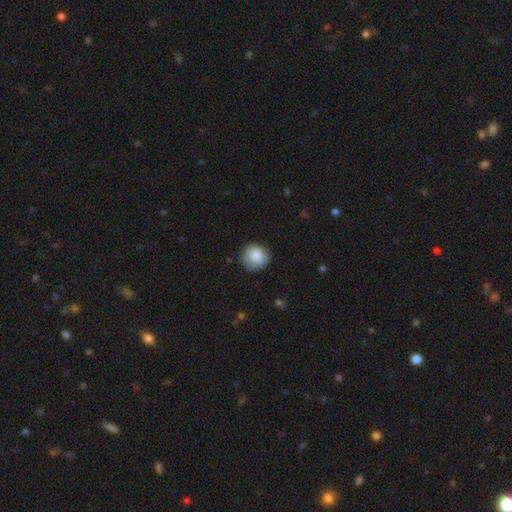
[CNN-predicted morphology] Smooth or featured? Predicted: smooth (p=0.84). How rounded? Predicted: round (p=0.90). Merging? Predicted: none (p=0.80).